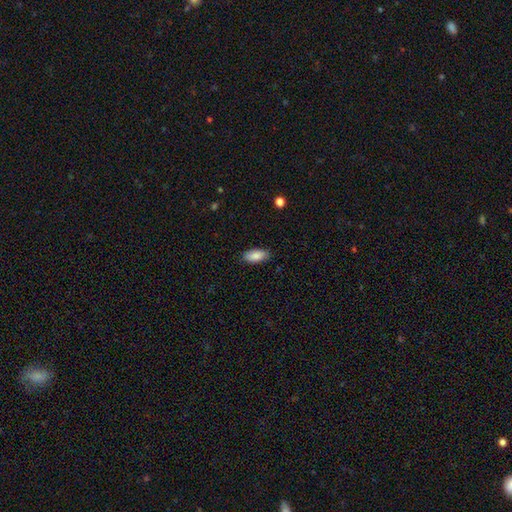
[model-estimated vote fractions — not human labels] Smooth or featured?
  - smooth: 88% *
  - star or artifact: 6%
  - featured or disk: 5%
How rounded?
  - in between: 89% *
  - cigar-shaped: 9%
  - round: 2%
Merging?
  - none: 86% *
  - minor disturbance: 10%
  - major disturbance: 2%
  - merger: 1%